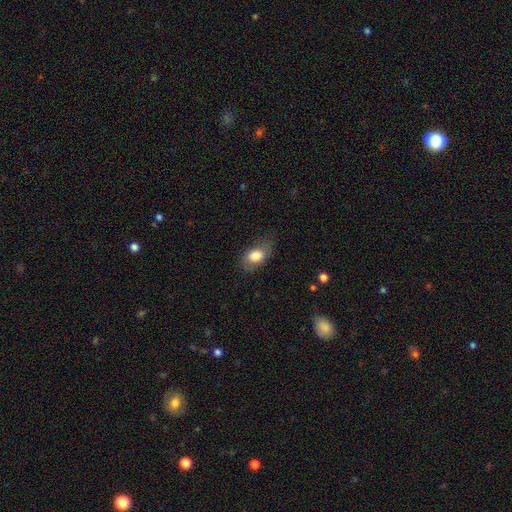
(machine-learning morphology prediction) smooth_or_featured: smooth (p=0.81) [alt: featured or disk p=0.12]
how_rounded: in between (p=0.83) [alt: round p=0.15]
merging: none (p=0.62) [alt: minor disturbance p=0.25]